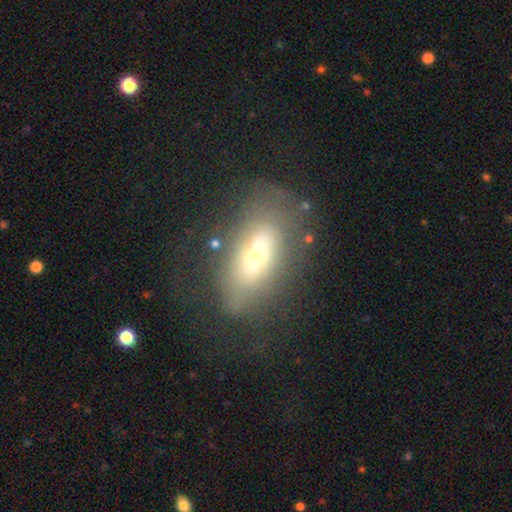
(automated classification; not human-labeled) smooth_or_featured: smooth (p=0.48) [alt: featured or disk p=0.40]
merging: none (p=0.54) [alt: minor disturbance p=0.23]